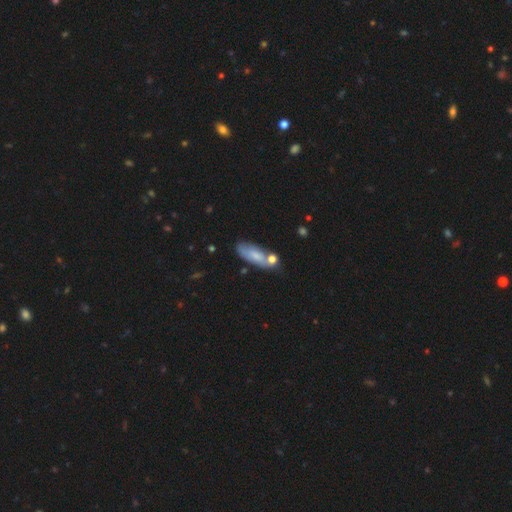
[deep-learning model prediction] Morphology: type=smooth (68%); roundness=in between (69%); merging=none (55%).